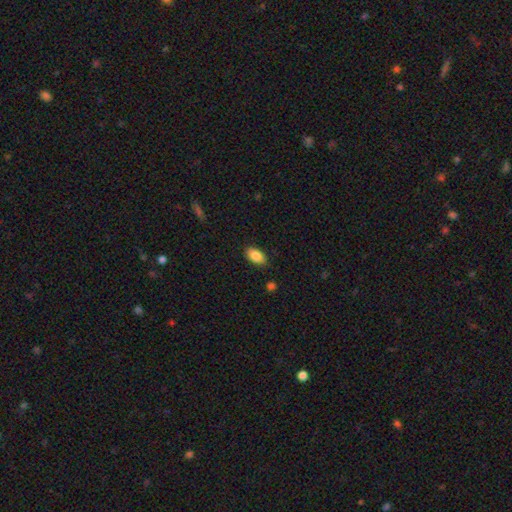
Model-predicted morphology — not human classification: smooth-or-featured: smooth: 87% | star or artifact: 7% | featured or disk: 6%
  how-rounded: in between: 93% | round: 4% | cigar-shaped: 3%
  merging: none: 86% | minor disturbance: 10% | major disturbance: 2% | merger: 1%